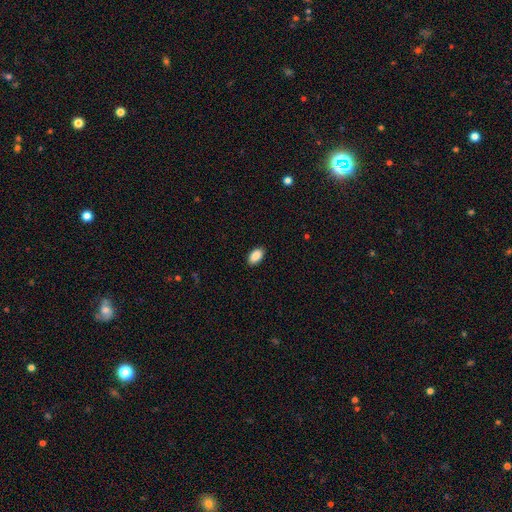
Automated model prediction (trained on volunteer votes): Smooth or featured? smooth (89%)
How rounded? in between (94%)
Merging? none (89%)